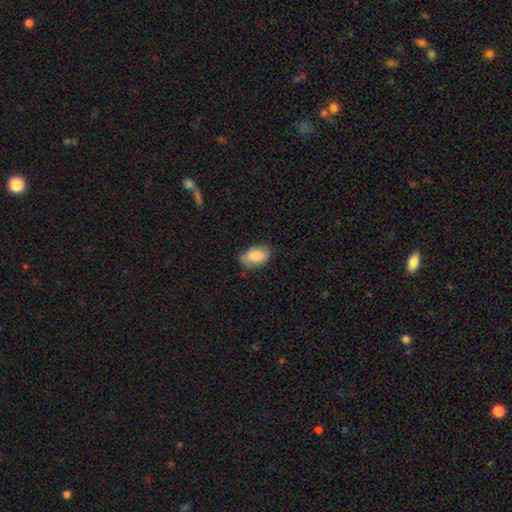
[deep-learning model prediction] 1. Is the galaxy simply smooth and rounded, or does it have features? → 81% smooth, 12% featured or disk, 7% star or artifact.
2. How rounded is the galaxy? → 92% in between, 6% round, 2% cigar-shaped.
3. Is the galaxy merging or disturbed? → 68% none, 25% minor disturbance, 5% major disturbance, 2% merger.